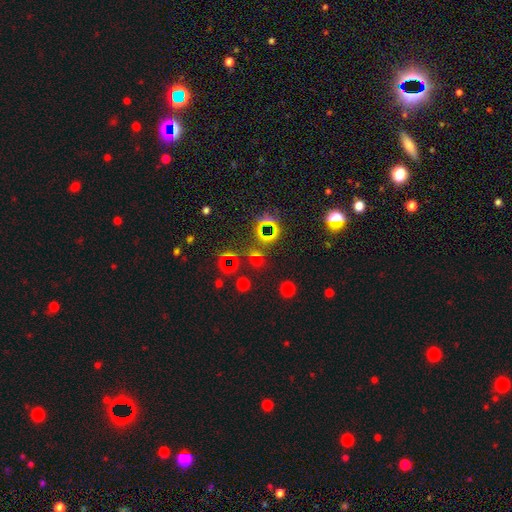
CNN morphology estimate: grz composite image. It shows a star or artifact, not a galaxy (61%).